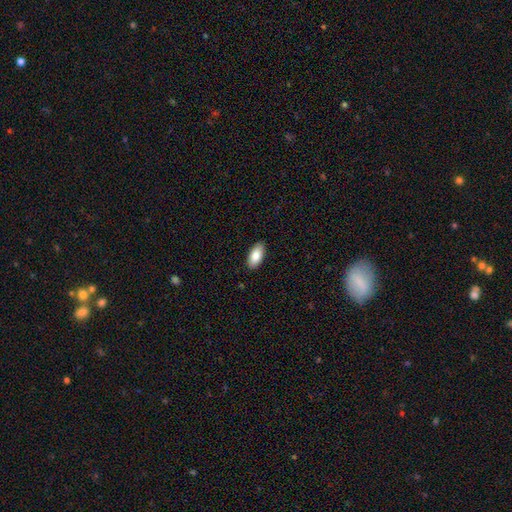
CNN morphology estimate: Smooth or featured? smooth (86%)
How rounded? in between (92%)
Merging? none (90%)